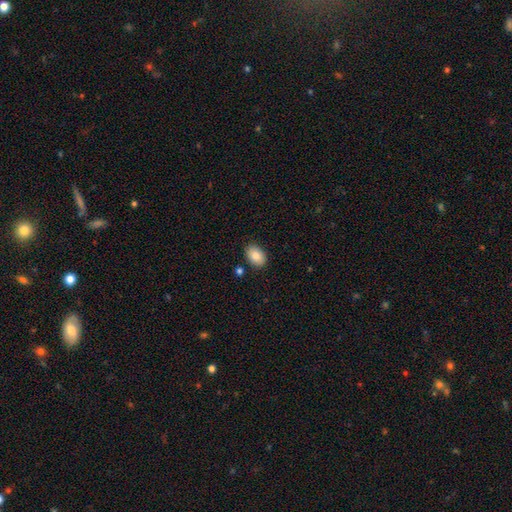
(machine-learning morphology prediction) Overall: smooth (85%). How rounded: in between (84%). Merging: none (86%).